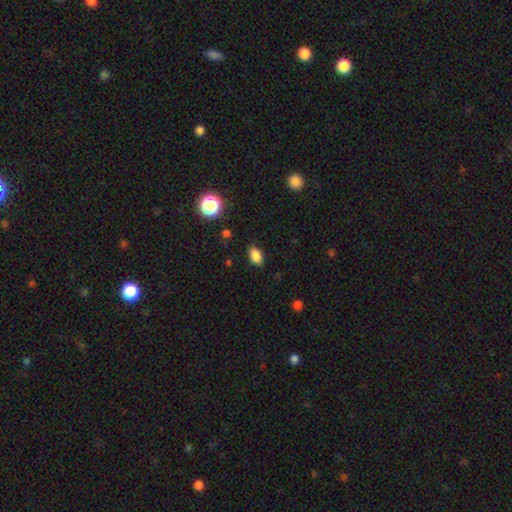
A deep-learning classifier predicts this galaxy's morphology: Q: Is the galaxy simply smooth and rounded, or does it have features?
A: smooth — 84%.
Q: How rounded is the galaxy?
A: in between — 87%.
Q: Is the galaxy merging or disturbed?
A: none — 86%.